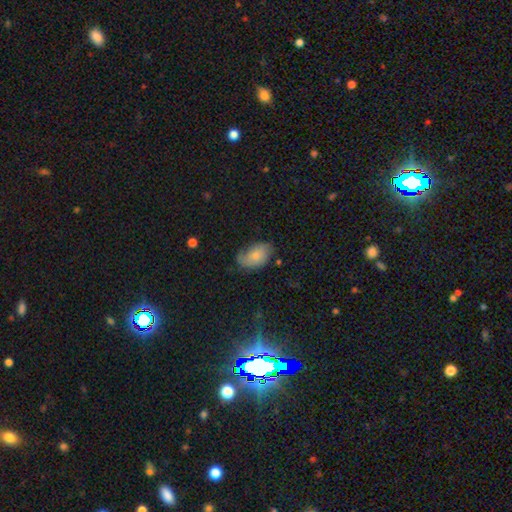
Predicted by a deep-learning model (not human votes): smooth-or-featured: smooth: 61% | featured or disk: 31% | star or artifact: 8%
  how-rounded: in between: 90% | round: 8% | cigar-shaped: 1%
  merging: none: 55% | minor disturbance: 31% | major disturbance: 11% | merger: 2%